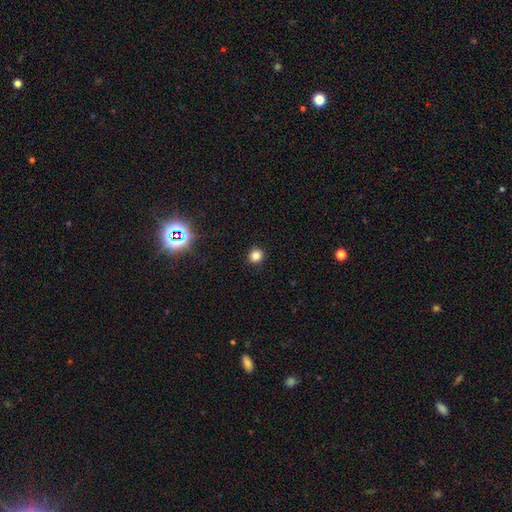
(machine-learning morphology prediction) Smooth or featured?
  - smooth: 82% *
  - star or artifact: 14%
  - featured or disk: 4%
How rounded?
  - round: 90% *
  - in between: 9%
  - cigar-shaped: 1%
Merging?
  - none: 92% *
  - minor disturbance: 5%
  - major disturbance: 2%
  - merger: 1%